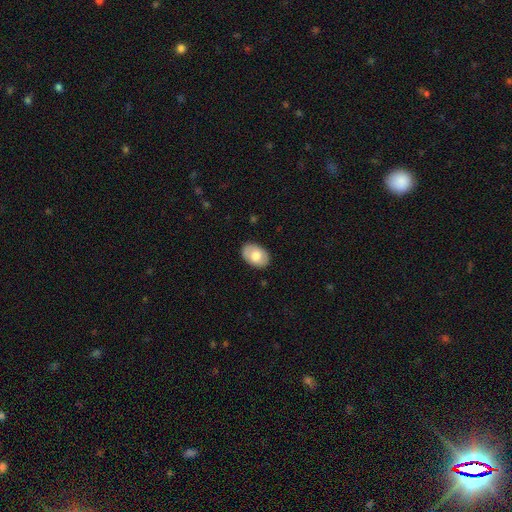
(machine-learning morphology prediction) type=smooth (74%); roundness=in between (88%); merging=none (85%).